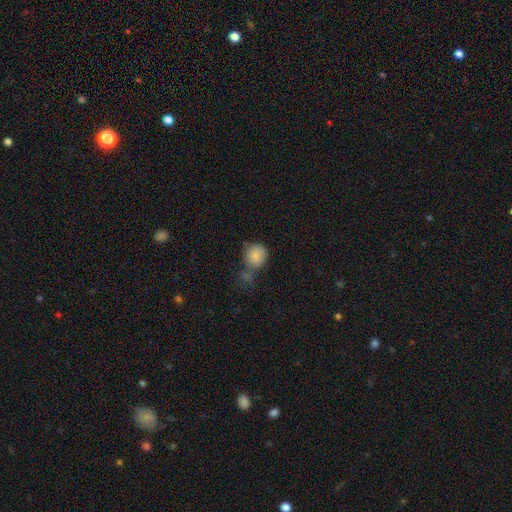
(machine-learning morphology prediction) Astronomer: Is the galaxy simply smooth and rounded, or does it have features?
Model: smooth — 85%.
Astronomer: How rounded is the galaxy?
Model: round — 86%.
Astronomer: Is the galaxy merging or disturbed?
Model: none — 48% (runner-up: merger, 29%).